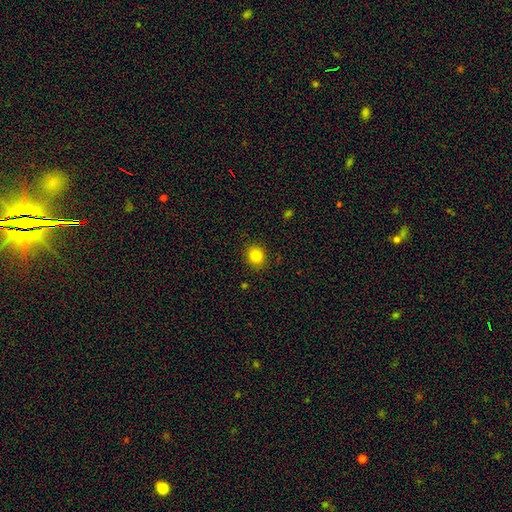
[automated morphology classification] Q: Smooth or featured?
A: smooth (84%); runner-up: star or artifact (11%)
Q: How rounded?
A: round (79%); runner-up: in between (20%)
Q: Merging?
A: none (89%); runner-up: minor disturbance (7%)